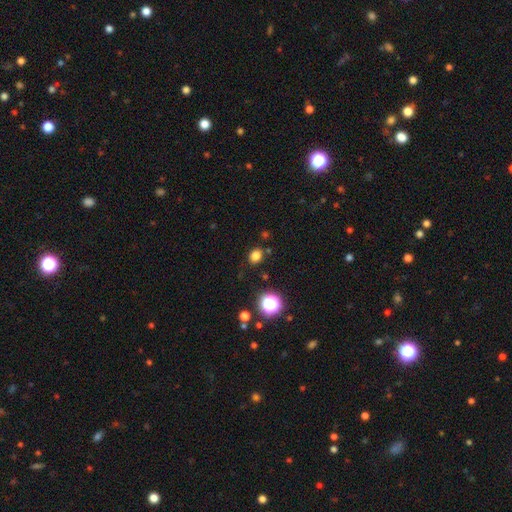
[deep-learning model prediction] This appears to be a smooth galaxy with no disk features (79%) that is round (59%). Merging: none (83%).